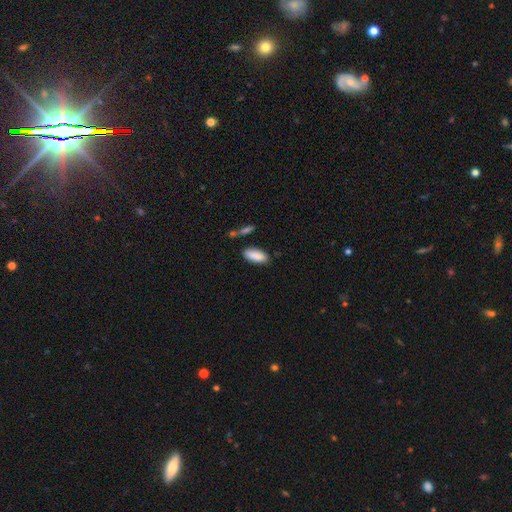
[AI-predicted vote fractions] A smooth galaxy with no disk features (88%) that is in between round and cigar-shaped (79%). Merging: none (80%).